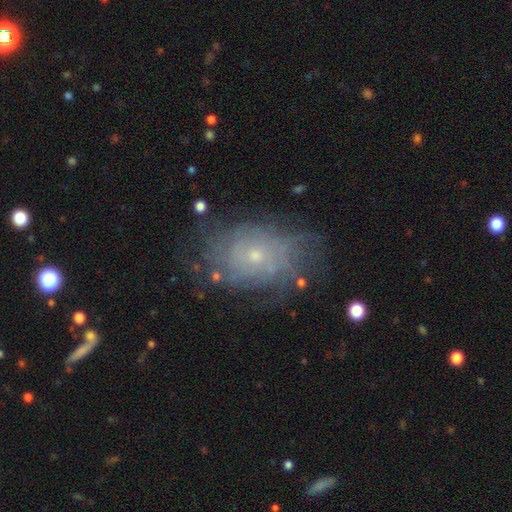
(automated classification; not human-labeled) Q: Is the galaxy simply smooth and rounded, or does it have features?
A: featured or disk — 65%.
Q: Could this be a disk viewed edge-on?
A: no — 96%.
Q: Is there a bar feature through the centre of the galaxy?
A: no — 85%.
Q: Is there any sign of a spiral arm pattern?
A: yes — 74%.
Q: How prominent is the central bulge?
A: small — 76%.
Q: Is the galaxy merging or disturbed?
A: none — 67%.